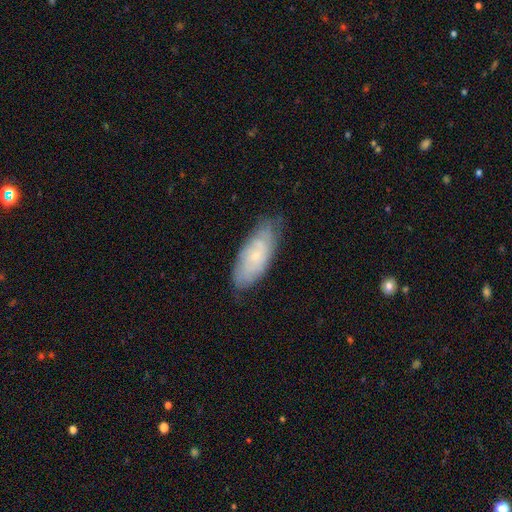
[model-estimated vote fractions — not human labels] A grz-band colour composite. It shows a featured or disk galaxy (51%). Merging: none (72%).